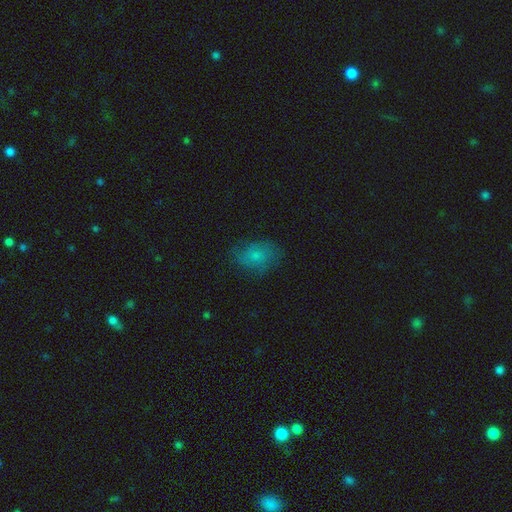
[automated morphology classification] type=smooth (65%); roundness=in between (71%); merging=none (67%).